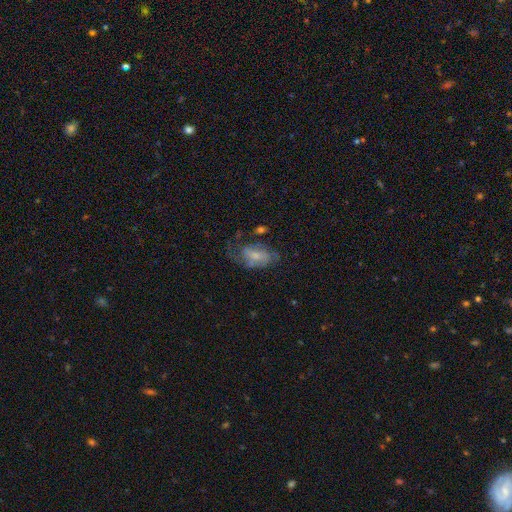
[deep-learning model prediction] Q: Smooth or featured?
A: featured or disk (57%); runner-up: smooth (35%)
Q: Edge-on disk?
A: no (95%); runner-up: yes (5%)
Q: Bar?
A: no (51%); runner-up: weak (38%)
Q: Spiral arms?
A: yes (78%); runner-up: no (22%)
Q: Bulge size?
A: small (51%); runner-up: moderate (33%)
Q: Merging?
A: none (41%); runner-up: major disturbance (29%)